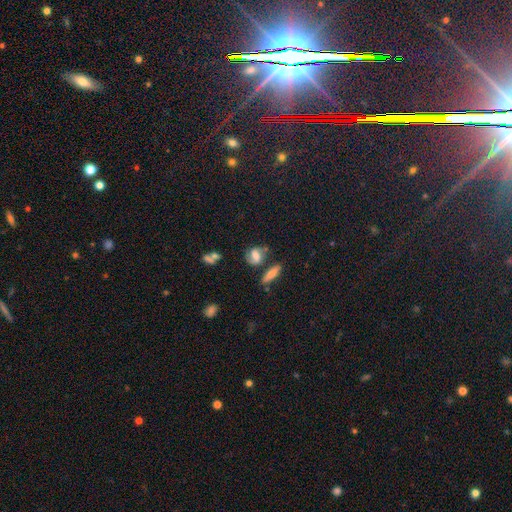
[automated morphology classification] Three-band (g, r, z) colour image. It shows a smooth galaxy with no disk features (46%). Merging: none (59%).